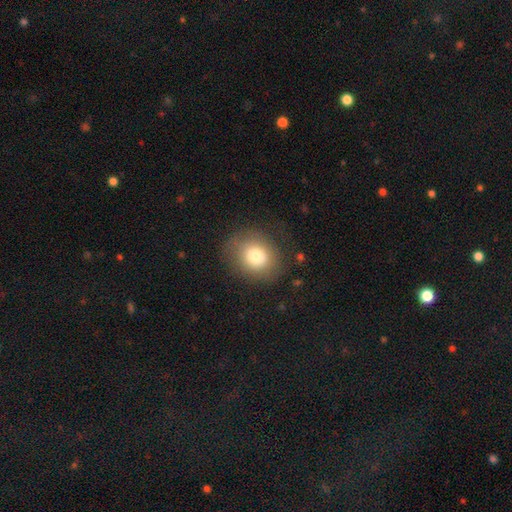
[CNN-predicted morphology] This is likely a smooth galaxy (77%). How rounded: likely round (69%). Merging: likely none (80%).